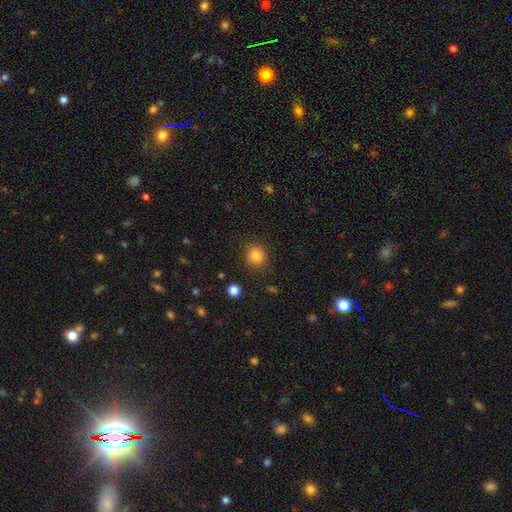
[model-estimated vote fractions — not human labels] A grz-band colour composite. It shows a smooth galaxy with no disk features (84%) that is round (89%). Merging: none (86%).